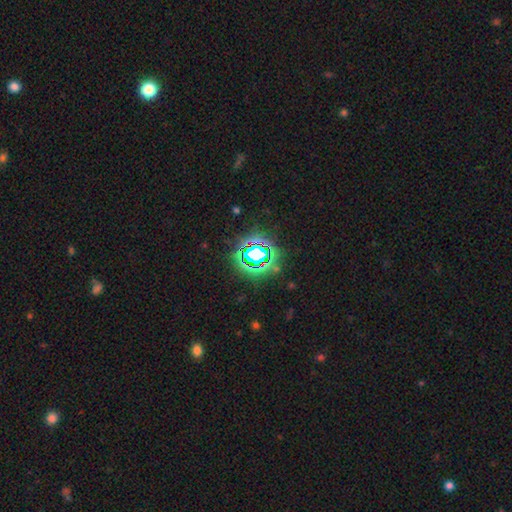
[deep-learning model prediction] Smooth or featured? Predicted: star or artifact (p=0.73).